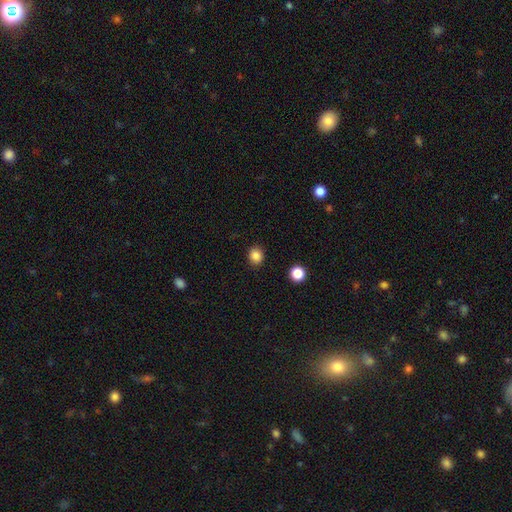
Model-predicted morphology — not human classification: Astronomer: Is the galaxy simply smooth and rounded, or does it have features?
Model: smooth — 86%.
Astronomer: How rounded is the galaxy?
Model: round — 78%.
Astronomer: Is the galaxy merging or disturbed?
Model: none — 89%.